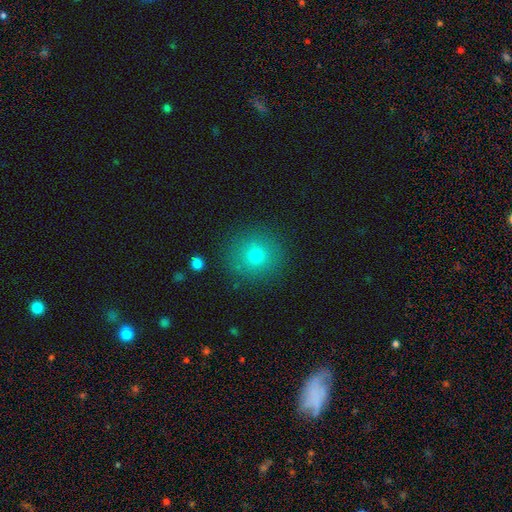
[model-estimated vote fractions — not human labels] This is likely a smooth galaxy (75%). How rounded: clearly round (91%). Merging: clearly none (88%).